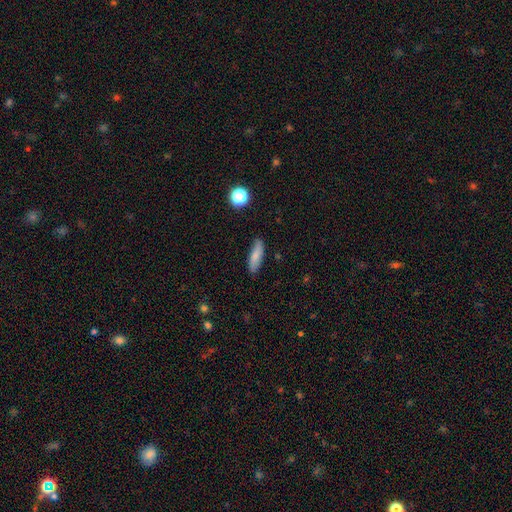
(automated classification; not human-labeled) This is likely a smooth galaxy (78%). How rounded: possibly cigar-shaped (54%). Merging: clearly none (83%).